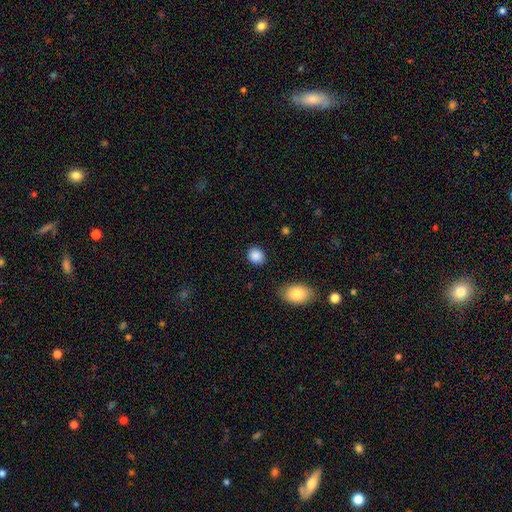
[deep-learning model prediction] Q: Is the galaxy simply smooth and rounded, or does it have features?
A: smooth — 88%.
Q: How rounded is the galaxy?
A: round — 64%.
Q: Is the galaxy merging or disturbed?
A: none — 86%.